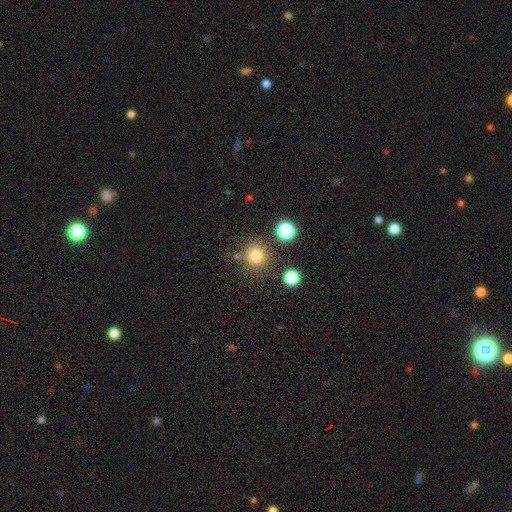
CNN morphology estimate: A smooth galaxy with no disk features (80%) that is round (92%). Merging: none (80%).